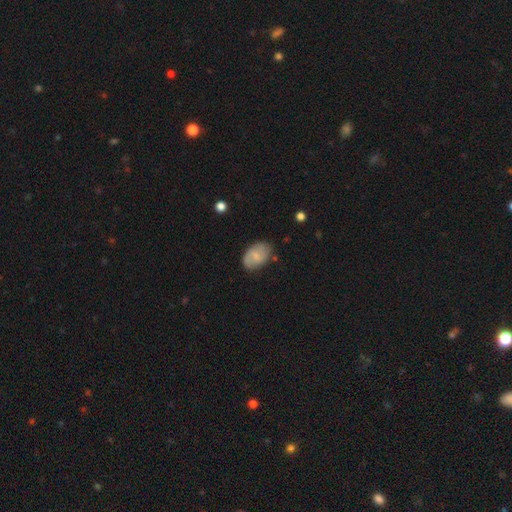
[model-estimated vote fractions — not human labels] Overall: smooth (55%; featured or disk 38%). How rounded: in between (88%). Merging: none (72%).